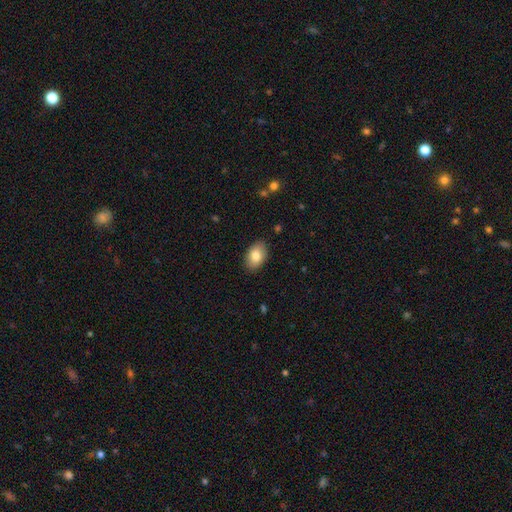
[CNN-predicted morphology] smooth-or-featured: smooth: 84% | featured or disk: 10% | star or artifact: 7%
  how-rounded: in between: 90% | round: 9% | cigar-shaped: 1%
  merging: none: 88% | minor disturbance: 9% | major disturbance: 2% | merger: 1%